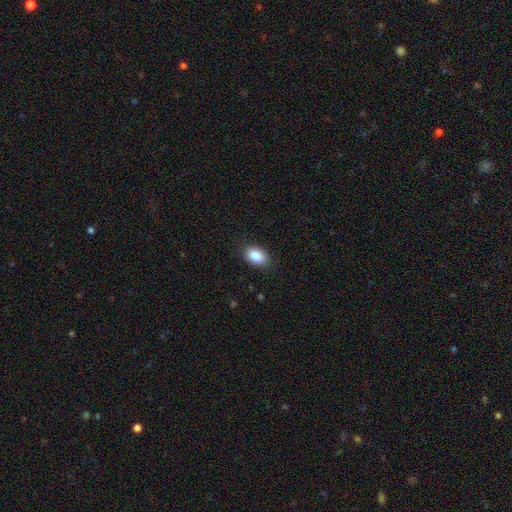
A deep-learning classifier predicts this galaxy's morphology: Overall: smooth (89%). How rounded: in between (89%). Merging: none (85%).